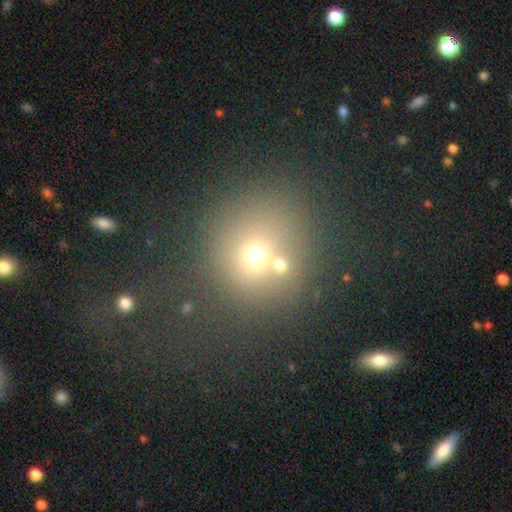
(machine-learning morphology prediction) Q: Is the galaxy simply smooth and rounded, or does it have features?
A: smooth — 64%.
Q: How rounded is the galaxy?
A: round — 85%.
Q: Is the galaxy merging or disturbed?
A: none — 58%.